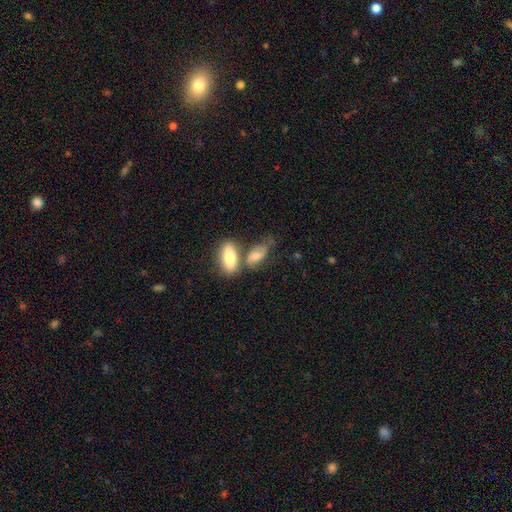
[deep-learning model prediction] Smooth or featured? smooth (70%)
How rounded? in between (82%)
Merging? none (40%)